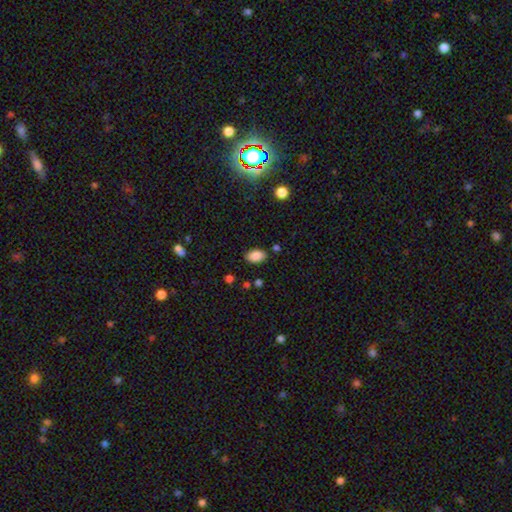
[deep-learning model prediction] smooth 87%, star or artifact 8%, featured or disk 5%. Down the decision tree: how rounded — in between (90%); merging — none (82%).